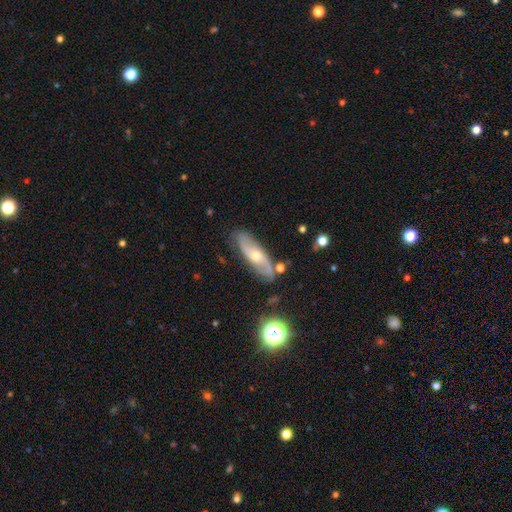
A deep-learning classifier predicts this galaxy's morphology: type=featured or disk (69%); edge-on=no (79%); bar=no (63%); spiral arms=yes (88%); bulge=moderate (55%); merging=none (75%).